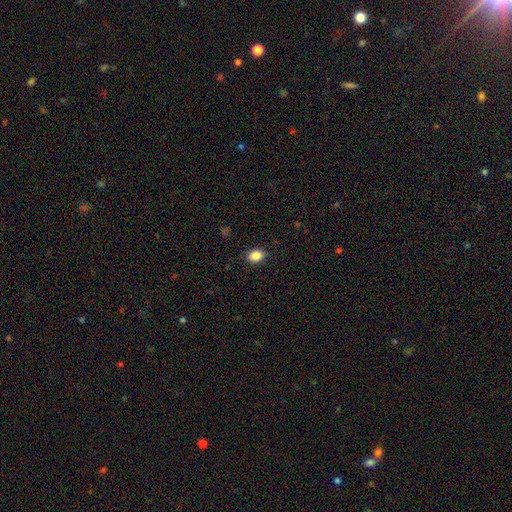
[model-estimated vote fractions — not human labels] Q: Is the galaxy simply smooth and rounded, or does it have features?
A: smooth — 87%.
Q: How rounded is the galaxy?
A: in between — 77%.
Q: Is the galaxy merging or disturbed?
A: none — 88%.